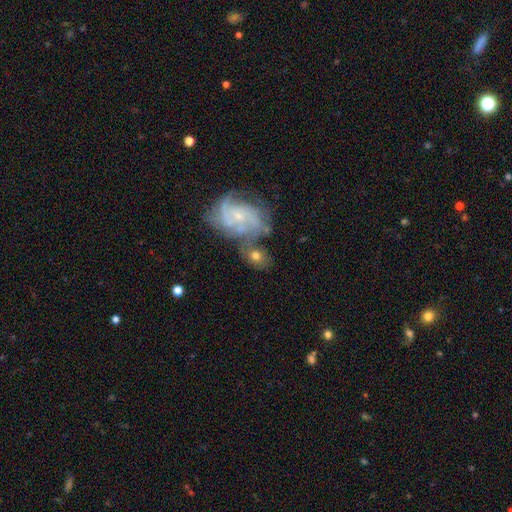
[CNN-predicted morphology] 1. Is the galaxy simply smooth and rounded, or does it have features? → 47% smooth, 43% featured or disk, 9% star or artifact.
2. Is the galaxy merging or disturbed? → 42% none, 33% merger, 15% minor disturbance, 9% major disturbance.